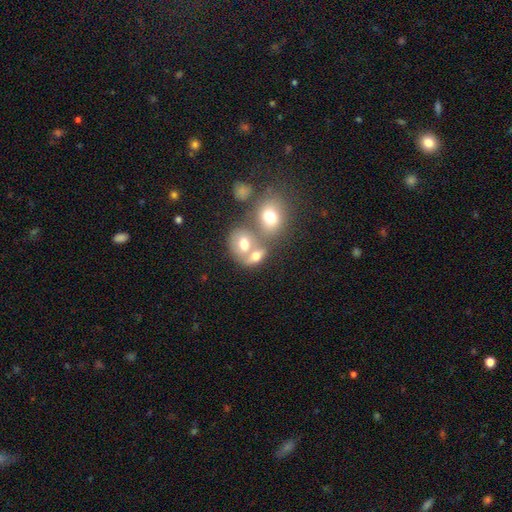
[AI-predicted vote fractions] This appears to be a smooth galaxy with no disk features (67%) that is in between round and cigar-shaped (50%). Merging: merger (52%).